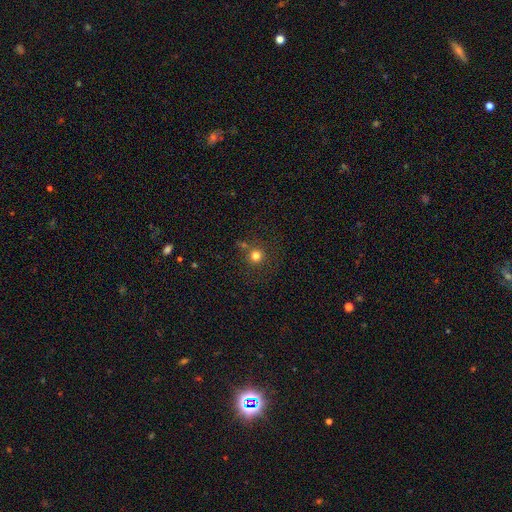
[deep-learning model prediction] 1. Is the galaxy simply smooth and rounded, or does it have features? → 77% smooth, 17% star or artifact, 7% featured or disk.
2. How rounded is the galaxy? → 94% round, 6% in between, 1% cigar-shaped.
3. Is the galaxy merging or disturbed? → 75% none, 11% merger, 9% minor disturbance, 4% major disturbance.